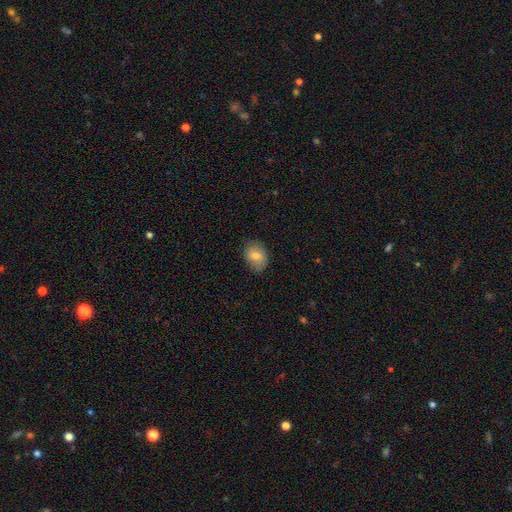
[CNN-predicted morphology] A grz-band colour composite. It shows a smooth galaxy with no disk features (75%) that is in between round and cigar-shaped (64%). Merging: none (78%).